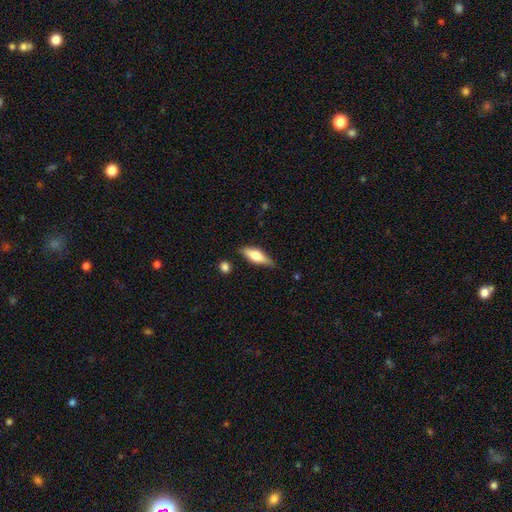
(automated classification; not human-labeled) Morphology: type=smooth (56%); roundness=in between (51%); merging=none (78%).